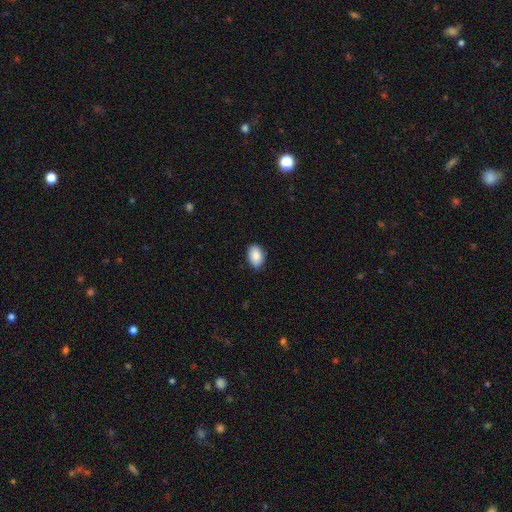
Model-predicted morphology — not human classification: Smooth or featured: smooth — 88% (star or artifact — 7%)
How rounded: in between — 88% (round — 11%)
Merging: none — 86% (minor disturbance — 11%)